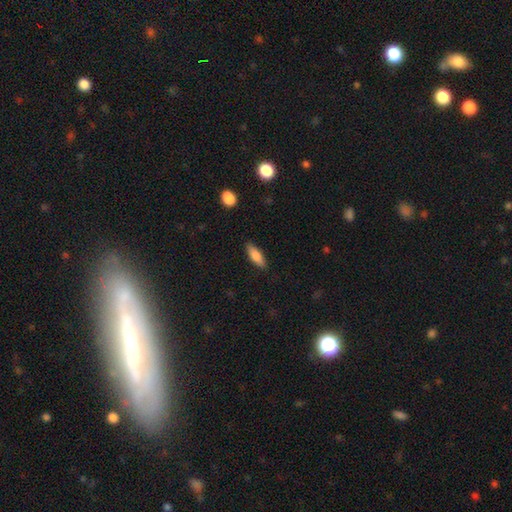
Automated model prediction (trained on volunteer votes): A smooth galaxy with no disk features (81%) that is in between round and cigar-shaped (58%). Merging: none (86%).